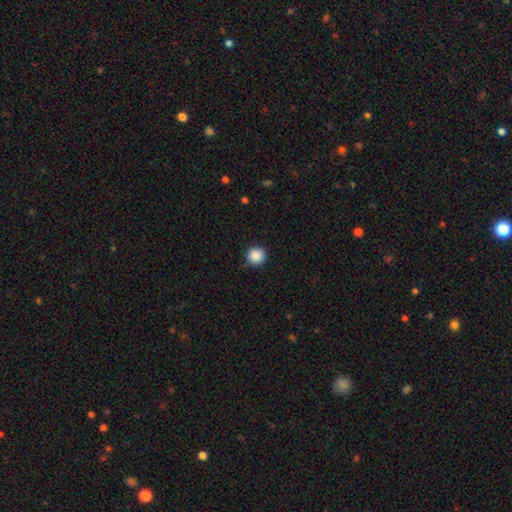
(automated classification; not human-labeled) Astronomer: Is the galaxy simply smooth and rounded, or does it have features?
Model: smooth — 88%.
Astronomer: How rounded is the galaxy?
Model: round — 95%.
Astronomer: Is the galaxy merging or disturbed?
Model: none — 87%.